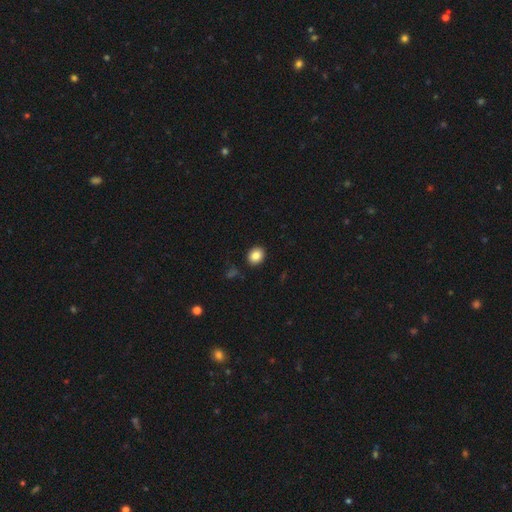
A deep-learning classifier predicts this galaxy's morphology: This appears to be a smooth galaxy with no disk features (86%) that is round (54%). Merging: none (89%).